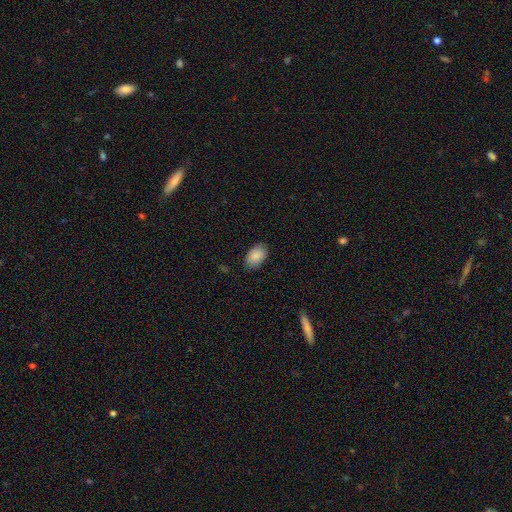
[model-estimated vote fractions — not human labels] The model was most divided on "merging": none: 85%, minor disturbance: 11%, major disturbance: 2%, merger: 1%. More confident: how rounded — in between (92%); smooth or featured — smooth (88%).